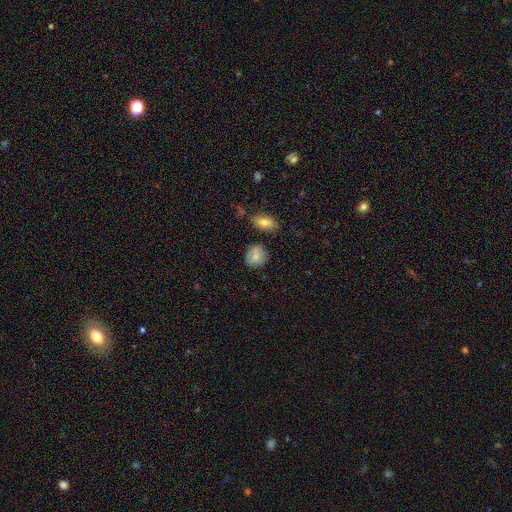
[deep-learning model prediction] A smooth galaxy with no disk features (81%) that is round (80%). Merging: none (76%).